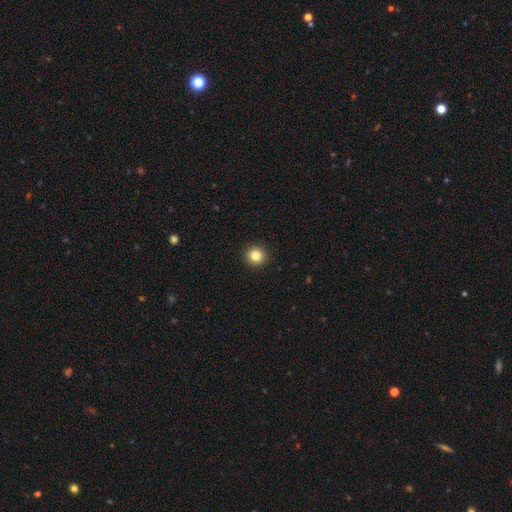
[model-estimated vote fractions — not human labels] This appears to be a smooth galaxy with no disk features (83%) that is round (95%). Merging: none (93%).